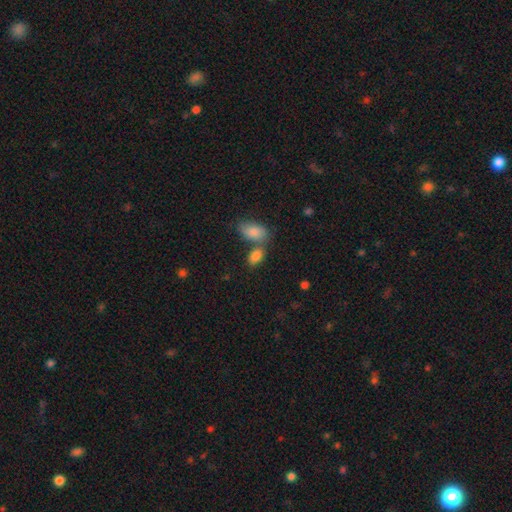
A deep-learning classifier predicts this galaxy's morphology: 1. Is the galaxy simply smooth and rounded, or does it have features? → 85% smooth, 8% star or artifact, 7% featured or disk.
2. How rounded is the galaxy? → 89% in between, 8% round, 3% cigar-shaped.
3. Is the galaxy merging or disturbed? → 46% none, 38% merger, 11% minor disturbance, 4% major disturbance.